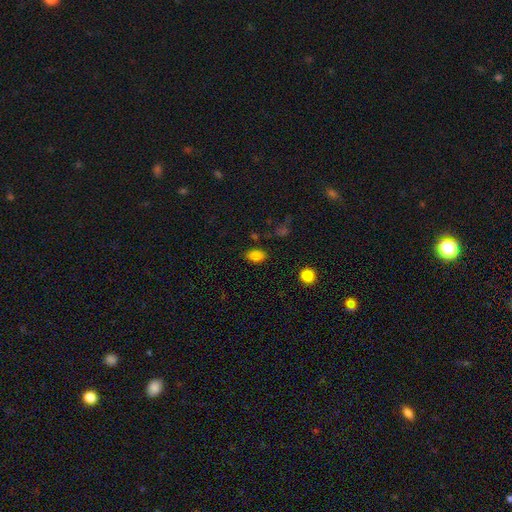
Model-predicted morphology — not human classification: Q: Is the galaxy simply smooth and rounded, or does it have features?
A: smooth — 84%.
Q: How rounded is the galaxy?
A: in between — 87%.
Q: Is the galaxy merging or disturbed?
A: none — 83%.